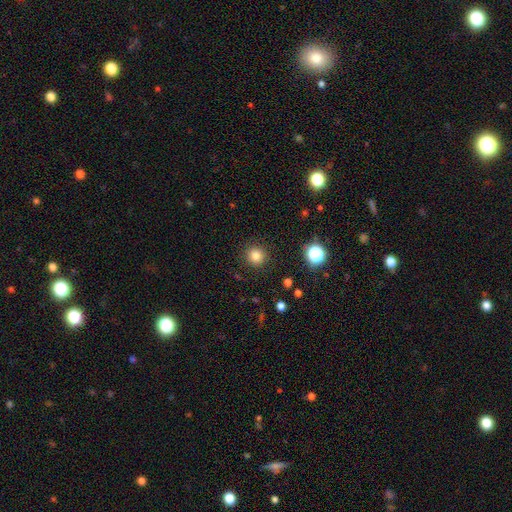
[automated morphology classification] Overall: smooth (81%). How rounded: round (94%). Merging: none (91%).